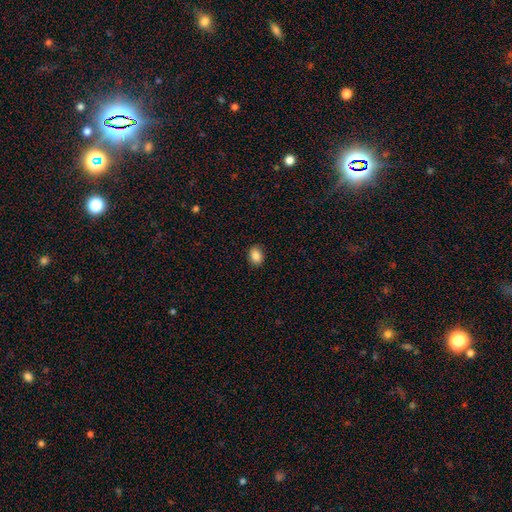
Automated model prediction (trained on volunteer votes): Smooth or featured?
  - smooth: 87% *
  - star or artifact: 9%
  - featured or disk: 4%
How rounded?
  - in between: 63% *
  - round: 36%
  - cigar-shaped: 1%
Merging?
  - none: 90% *
  - minor disturbance: 7%
  - major disturbance: 2%
  - merger: 1%